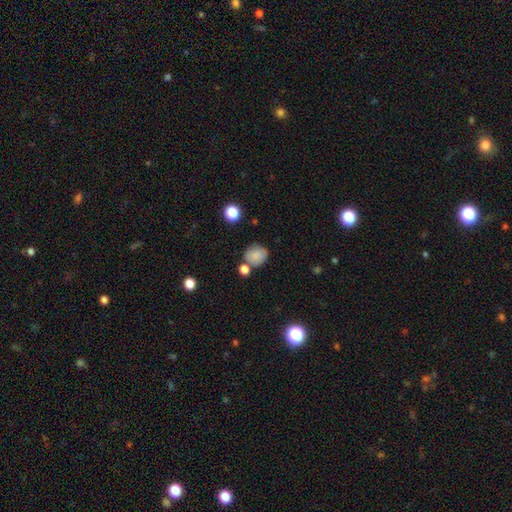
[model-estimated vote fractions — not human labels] Smooth or featured?
  - smooth: 82% *
  - star or artifact: 10%
  - featured or disk: 8%
How rounded?
  - round: 73% *
  - in between: 26%
  - cigar-shaped: 1%
Merging?
  - none: 63% *
  - minor disturbance: 16%
  - merger: 16%
  - major disturbance: 5%